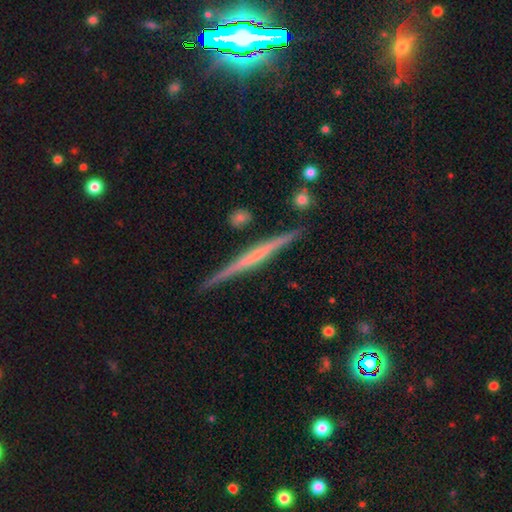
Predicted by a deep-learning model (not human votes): Smooth or featured?
  - featured or disk: 70% *
  - smooth: 24%
  - star or artifact: 6%
Edge-on disk?
  - yes: 98% *
  - no: 2%
Edge-on bulge?
  - none: 65% *
  - rounded: 22%
  - boxy: 14%
Merging?
  - none: 88% *
  - minor disturbance: 9%
  - merger: 2%
  - major disturbance: 2%